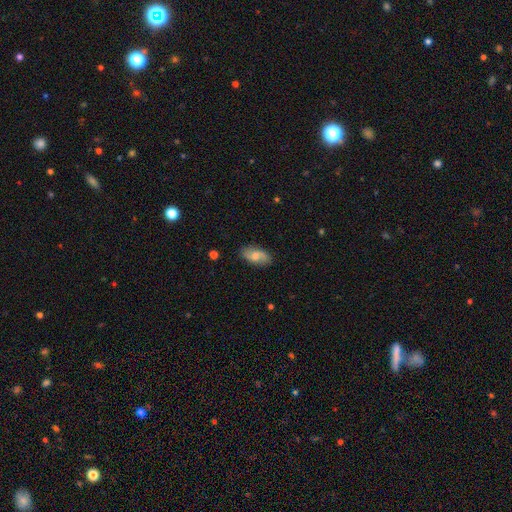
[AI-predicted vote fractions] Smooth or featured? Predicted: smooth (p=0.57). How rounded? Predicted: in between (p=0.91). Merging? Predicted: none (p=0.83).